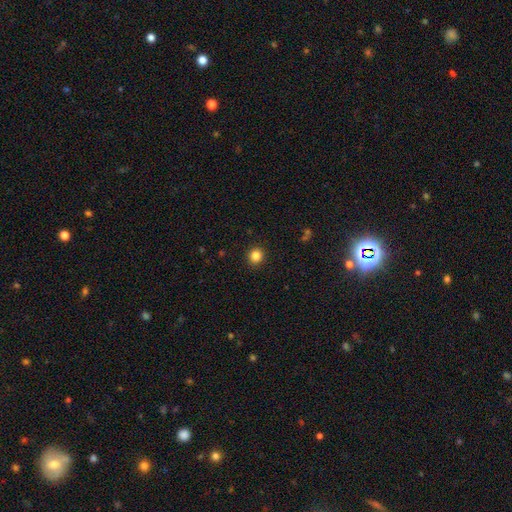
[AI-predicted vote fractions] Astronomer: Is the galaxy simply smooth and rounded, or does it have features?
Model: smooth — 85%.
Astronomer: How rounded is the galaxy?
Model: round — 90%.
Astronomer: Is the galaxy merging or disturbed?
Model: none — 92%.